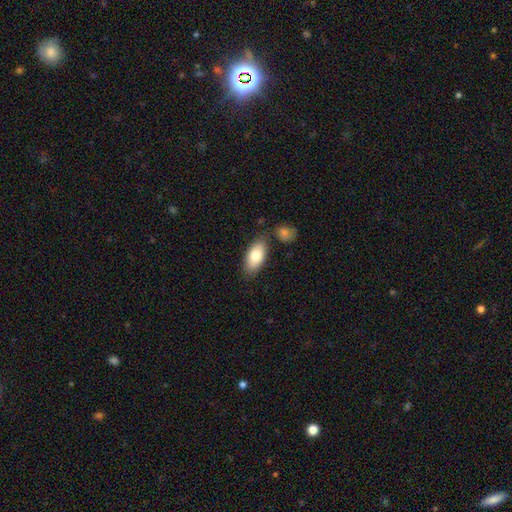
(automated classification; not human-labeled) This is likely a smooth galaxy (80%). How rounded: clearly in between (92%). Merging: likely none (76%).